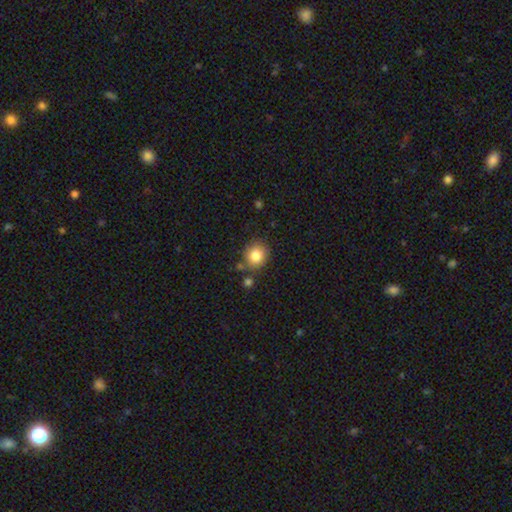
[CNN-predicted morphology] Smooth or featured? smooth (83%)
How rounded? round (82%)
Merging? none (77%)